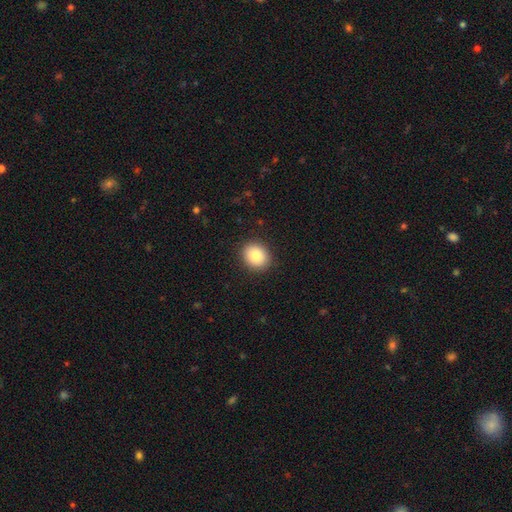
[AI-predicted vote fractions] Smooth or featured? smooth (84%)
How rounded? round (68%)
Merging? none (90%)